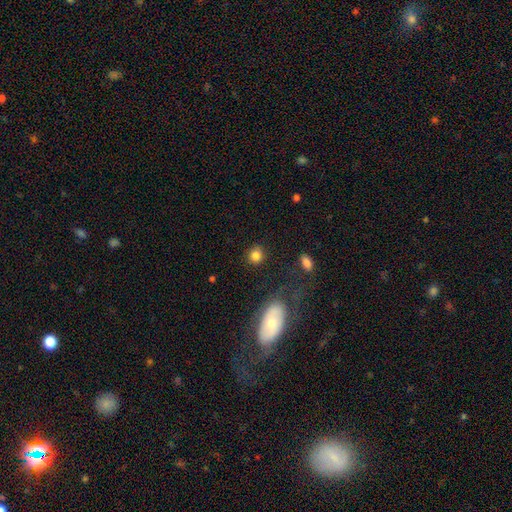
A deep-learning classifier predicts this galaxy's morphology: Smooth or featured?
  - smooth: 84% *
  - star or artifact: 10%
  - featured or disk: 6%
How rounded?
  - round: 79% *
  - in between: 20%
  - cigar-shaped: 1%
Merging?
  - none: 85% *
  - minor disturbance: 9%
  - major disturbance: 3%
  - merger: 3%